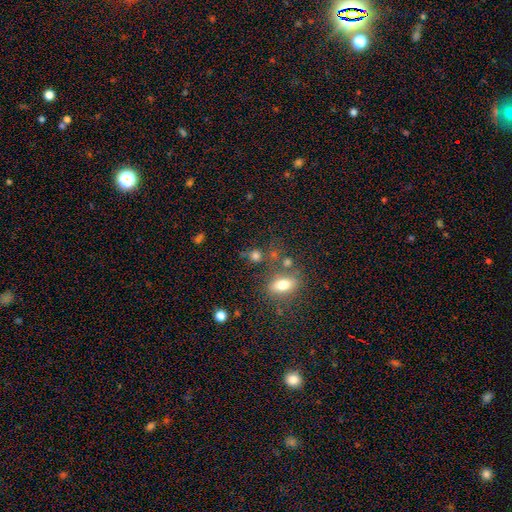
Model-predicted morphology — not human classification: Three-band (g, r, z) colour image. It shows a smooth galaxy with no disk features (75%) that is round (72%). Merging: none (63%).